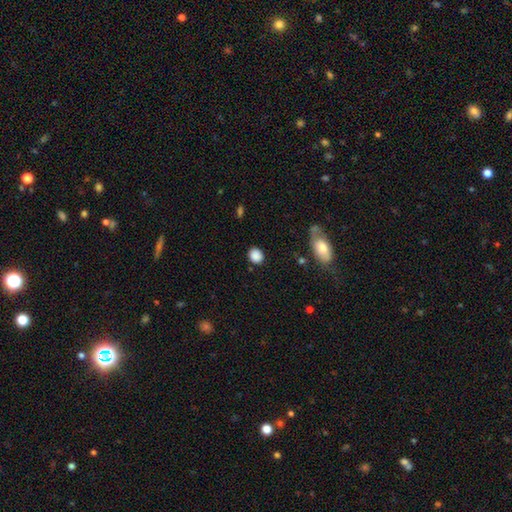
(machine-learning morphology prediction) A smooth galaxy with no disk features (87%) that is round (66%). Merging: none (84%).